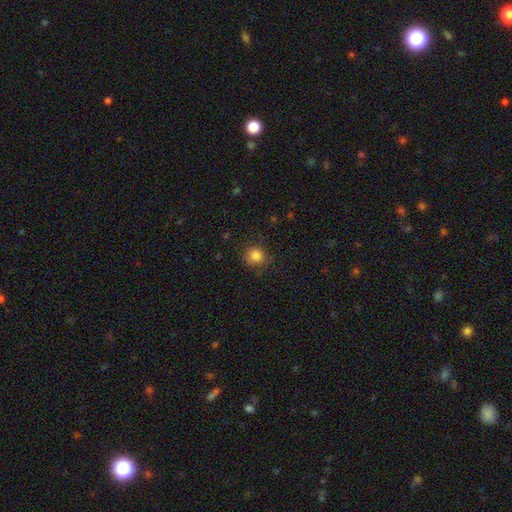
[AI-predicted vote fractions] smooth 84%, star or artifact 11%, featured or disk 5%. Down the decision tree: how rounded — round (87%); merging — none (80%).